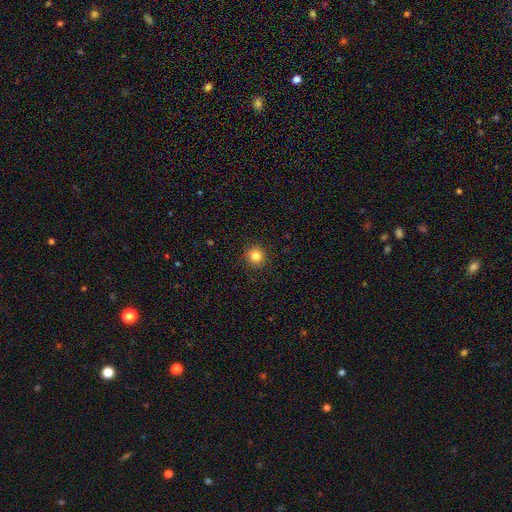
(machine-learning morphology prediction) A smooth galaxy with no disk features (84%) that is round (94%). Merging: none (92%).